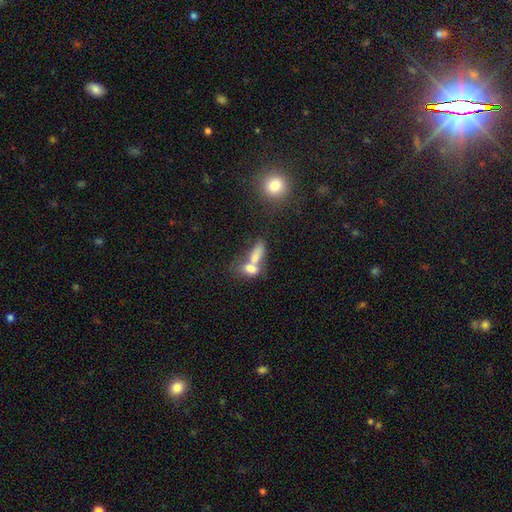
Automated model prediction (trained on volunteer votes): This is likely a smooth galaxy (73%). How rounded: likely in between (73%). Merging: likely merger (65%).